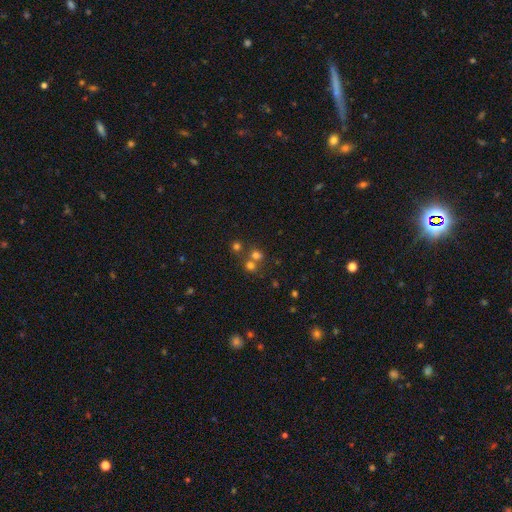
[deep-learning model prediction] Overall: smooth (64%; star or artifact 25%). How rounded: round (80%). Merging: none (51%; merger 40%).